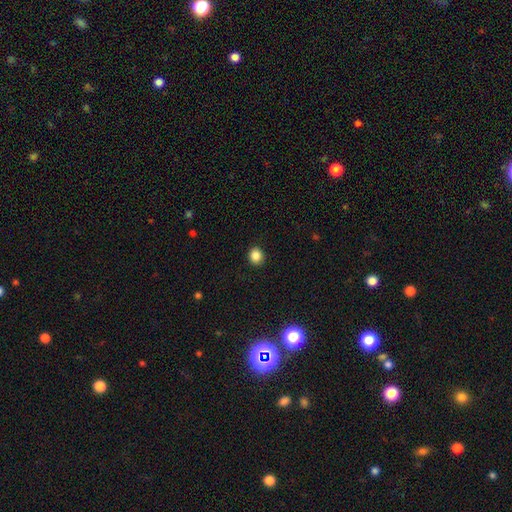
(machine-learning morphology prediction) type=smooth (85%); roundness=round (77%); merging=none (90%).